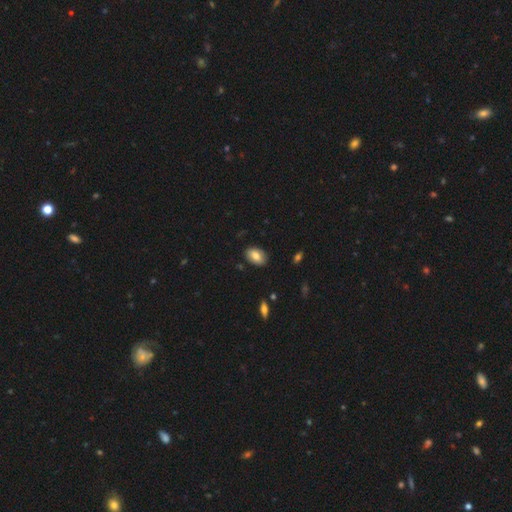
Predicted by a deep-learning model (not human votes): This is likely a smooth galaxy (80%). How rounded: clearly in between (89%). Merging: clearly none (86%).